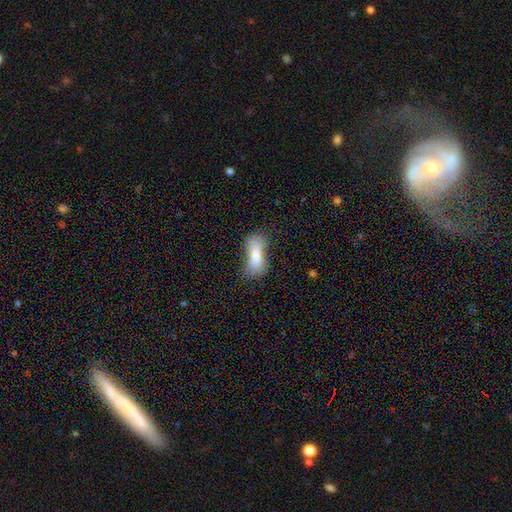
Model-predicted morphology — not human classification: smooth 76%, featured or disk 16%, star or artifact 8%. Down the decision tree: how rounded — in between (73%); merging — none (46%).